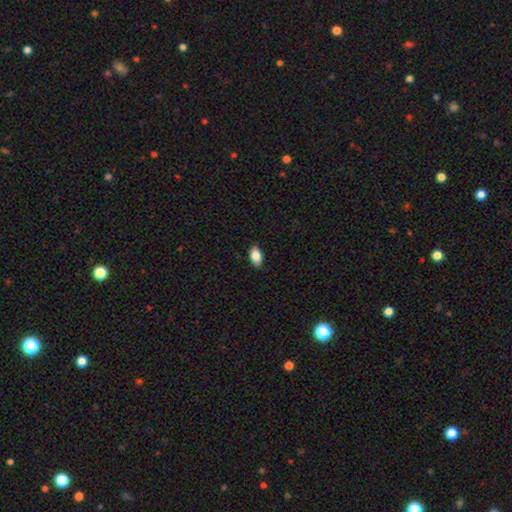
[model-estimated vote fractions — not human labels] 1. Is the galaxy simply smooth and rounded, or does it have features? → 86% smooth, 7% star or artifact, 7% featured or disk.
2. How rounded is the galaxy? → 92% in between, 5% round, 3% cigar-shaped.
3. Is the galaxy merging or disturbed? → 88% none, 10% minor disturbance, 2% major disturbance, 1% merger.